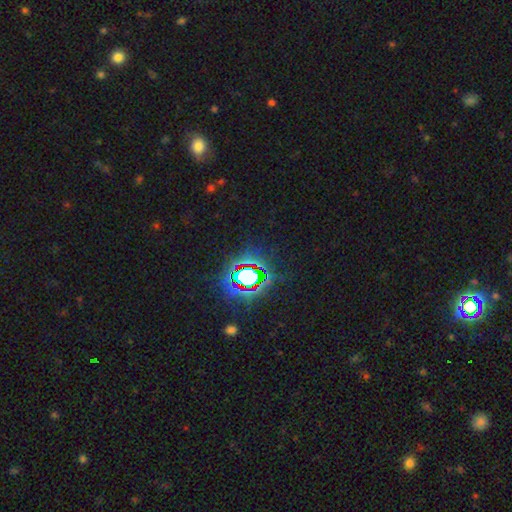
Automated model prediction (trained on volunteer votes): A star or artifact, not a galaxy (79%).